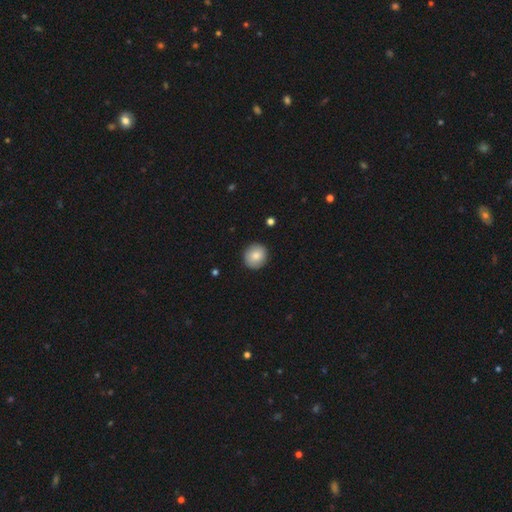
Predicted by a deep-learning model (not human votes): smooth 84%, featured or disk 9%, star or artifact 7%. Down the decision tree: how rounded — round (90%); merging — none (91%).